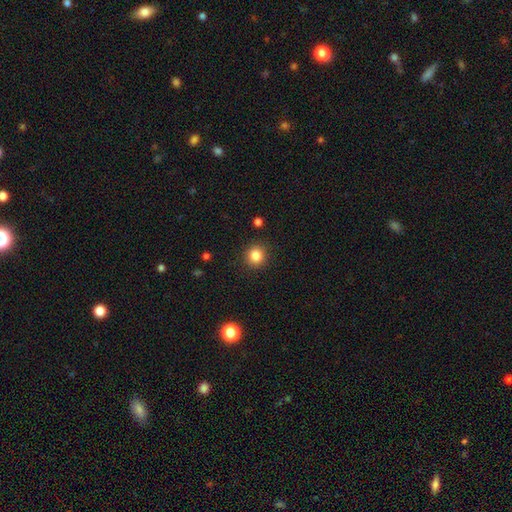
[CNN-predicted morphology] Overall: smooth (84%). How rounded: round (88%). Merging: none (90%).